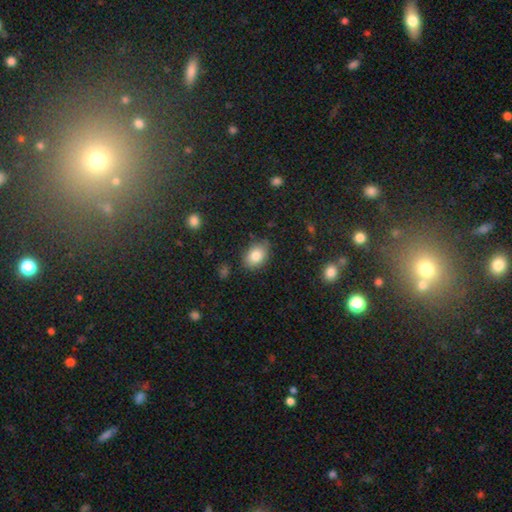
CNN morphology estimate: Smooth or featured?
  - smooth: 81% *
  - star or artifact: 9%
  - featured or disk: 9%
How rounded?
  - in between: 72% *
  - round: 26%
  - cigar-shaped: 1%
Merging?
  - none: 81% *
  - minor disturbance: 14%
  - major disturbance: 3%
  - merger: 2%